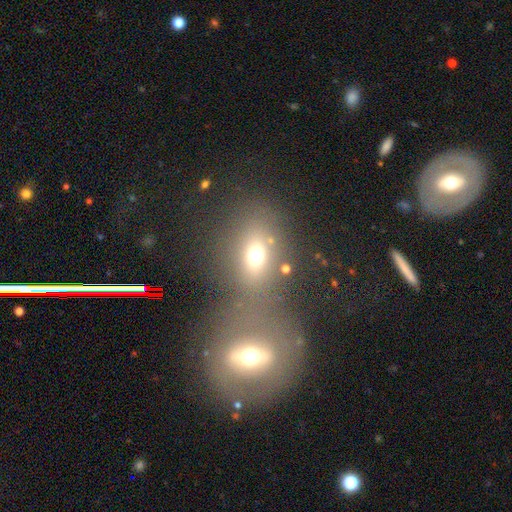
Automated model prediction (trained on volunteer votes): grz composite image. It shows a smooth galaxy with no disk features (66%) that is in between round and cigar-shaped (60%). Merging: none (53%).